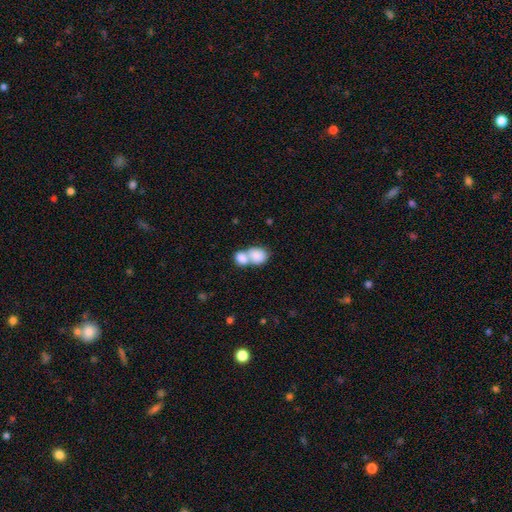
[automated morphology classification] smooth_or_featured: smooth (p=0.81) [alt: featured or disk p=0.12]
how_rounded: in between (p=0.61) [alt: round p=0.37]
merging: merger (p=0.74) [alt: none p=0.17]